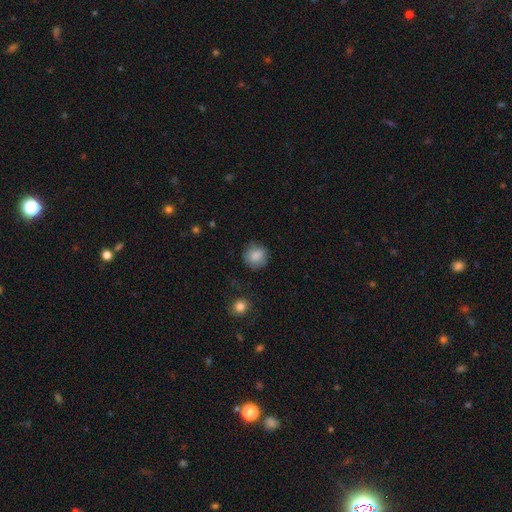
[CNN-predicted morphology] type=smooth (83%); roundness=round (84%); merging=none (75%).